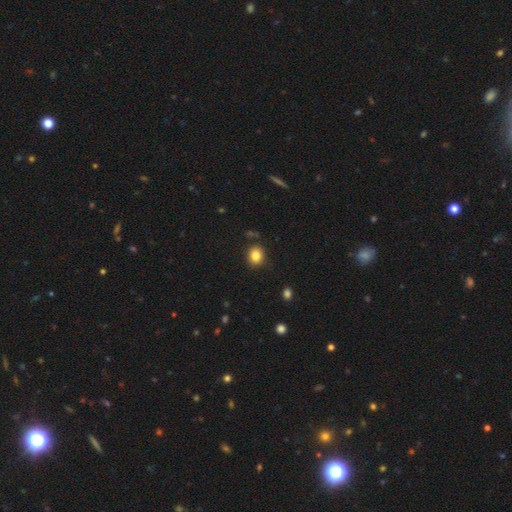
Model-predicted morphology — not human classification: Q: Smooth or featured?
A: smooth (83%); runner-up: star or artifact (11%)
Q: How rounded?
A: round (67%); runner-up: in between (32%)
Q: Merging?
A: none (86%); runner-up: minor disturbance (9%)